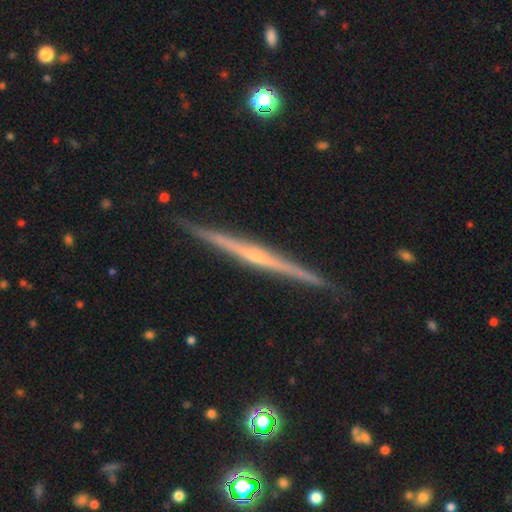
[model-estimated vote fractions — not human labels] This appears to be a featured or disk galaxy (84%) viewed edge-on (98%) with a rounded central bulge (62%). Merging: none (91%).